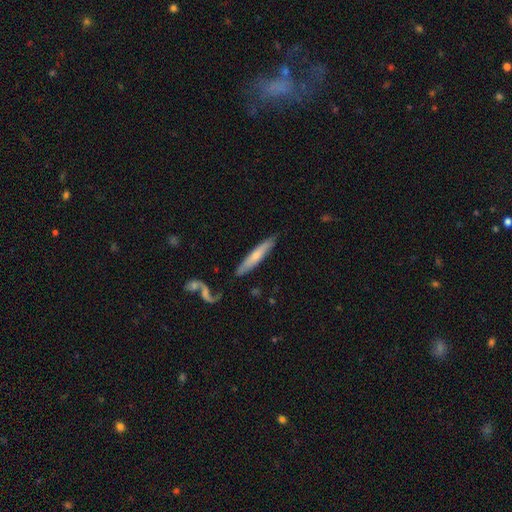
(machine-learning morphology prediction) This appears to be a smooth galaxy with no disk features (51%) that is cigar-shaped (91%). Merging: none (81%).